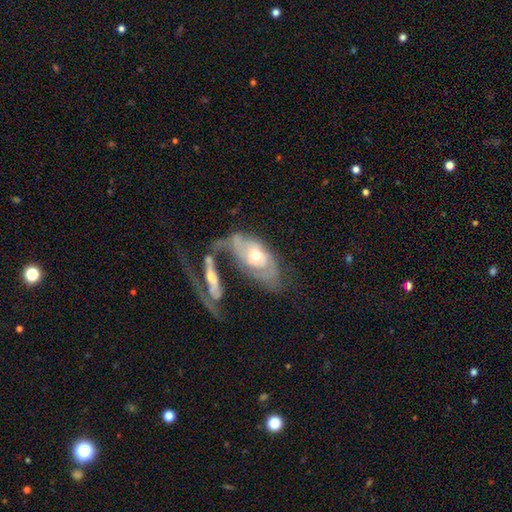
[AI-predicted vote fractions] Q: Smooth or featured?
A: featured or disk (66%); runner-up: smooth (28%)
Q: Edge-on disk?
A: no (87%); runner-up: yes (13%)
Q: Bar?
A: no (78%); runner-up: weak (16%)
Q: Spiral arms?
A: yes (63%); runner-up: no (37%)
Q: Bulge size?
A: moderate (73%); runner-up: small (15%)
Q: Merging?
A: merger (39%); runner-up: major disturbance (25%)